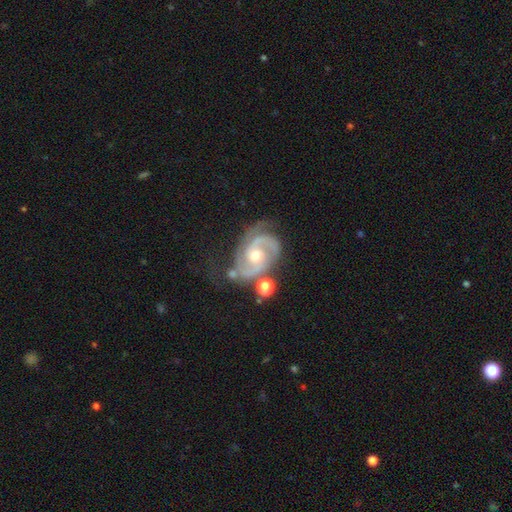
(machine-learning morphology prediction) smooth-or-featured: featured or disk: 90% | star or artifact: 5% | smooth: 4%
  disk-edge-on: no: 97% | yes: 3%
    bar: no: 63% | weak: 29% | strong: 9%
    has-spiral-arms: yes: 98% | no: 2%
      spiral-winding: medium: 48% | tight: 43% | loose: 9%
      spiral-arm-count: 2: 78% | 3: 11% | can't tell: 5% | 1: 2% | 4: 2% | more than 4: 2%
    bulge-size: moderate: 58% | small: 38% | large: 2% | none: 1% | dominant: 1%
  merging: none: 58% | minor disturbance: 22% | major disturbance: 11% | merger: 9%